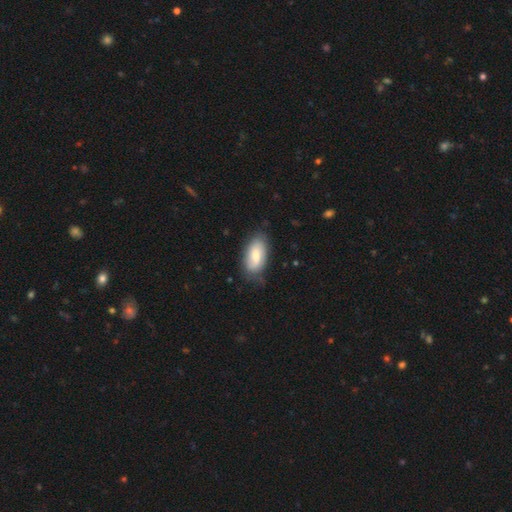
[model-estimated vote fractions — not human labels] This is likely a smooth galaxy (69%). How rounded: clearly in between (93%). Merging: likely none (67%).